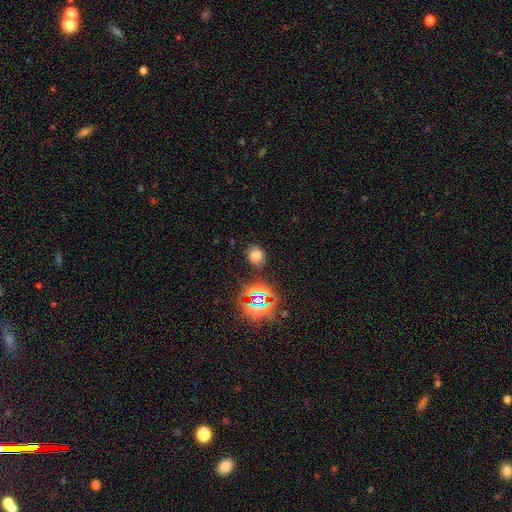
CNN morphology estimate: smooth_or_featured: smooth (p=0.67) [alt: star or artifact p=0.25]
how_rounded: round (p=0.68) [alt: in between p=0.31]
merging: none (p=0.82) [alt: minor disturbance p=0.11]